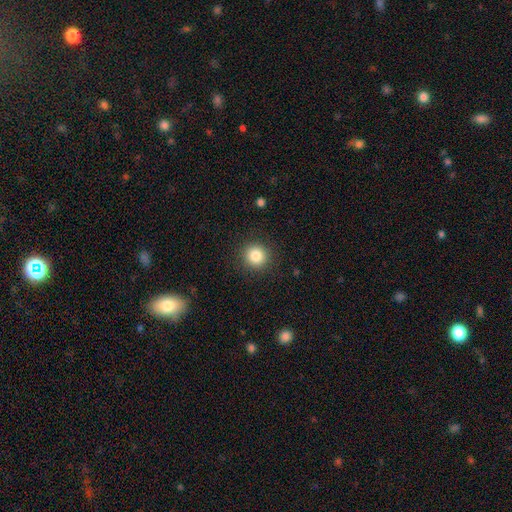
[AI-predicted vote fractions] smooth 84%, star or artifact 10%, featured or disk 5%. Down the decision tree: how rounded — round (93%); merging — none (90%).